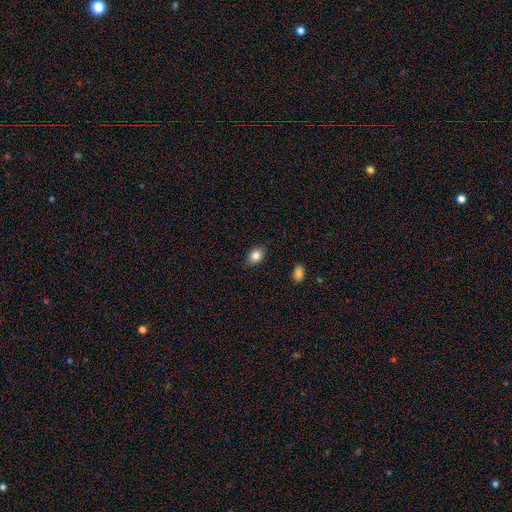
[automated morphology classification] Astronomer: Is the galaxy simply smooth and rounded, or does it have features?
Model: smooth — 84%.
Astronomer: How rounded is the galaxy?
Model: in between — 72%.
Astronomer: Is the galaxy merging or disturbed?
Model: none — 86%.